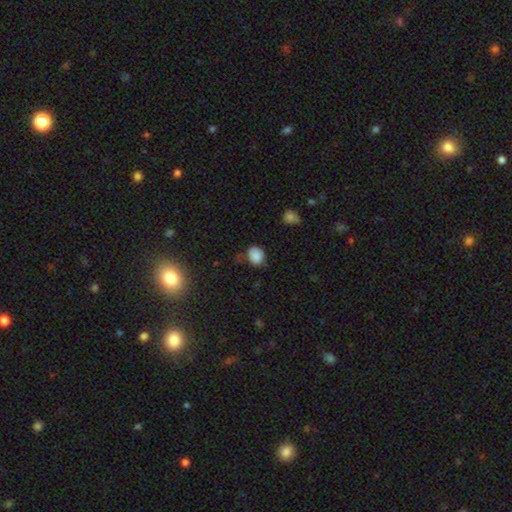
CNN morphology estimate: A smooth galaxy with no disk features (83%) that is round (58%).

Vote fractions:
- Smooth or featured? smooth: 83% / star or artifact: 11% / featured or disk: 6%
- How rounded? round: 58% / in between: 41% / cigar-shaped: 1%
- Merging? none: 61% / minor disturbance: 30% / major disturbance: 7% / merger: 3%